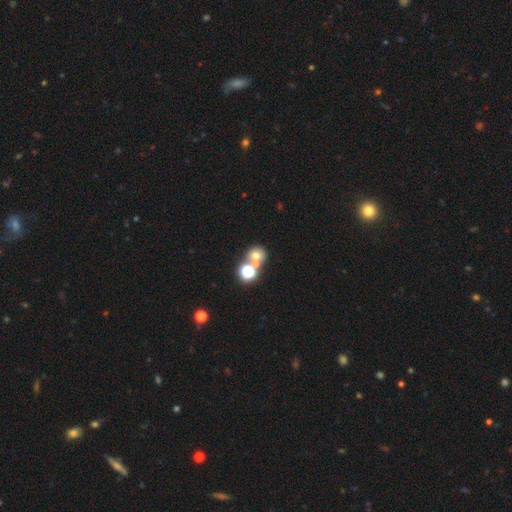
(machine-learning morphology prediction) Smooth or featured?
  - smooth: 60% *
  - star or artifact: 24%
  - featured or disk: 15%
How rounded?
  - round: 75% *
  - in between: 24%
  - cigar-shaped: 1%
Merging?
  - merger: 44% *
  - none: 43%
  - minor disturbance: 8%
  - major disturbance: 5%